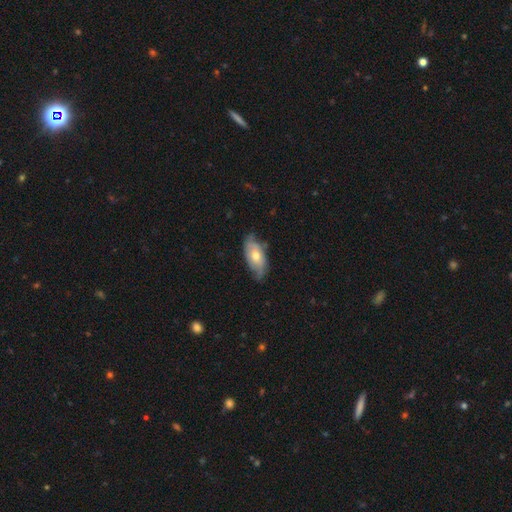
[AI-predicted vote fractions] Q: Smooth or featured?
A: smooth (51%); runner-up: featured or disk (43%)
Q: How rounded?
A: in between (89%); runner-up: cigar-shaped (7%)
Q: Merging?
A: none (61%); runner-up: minor disturbance (31%)